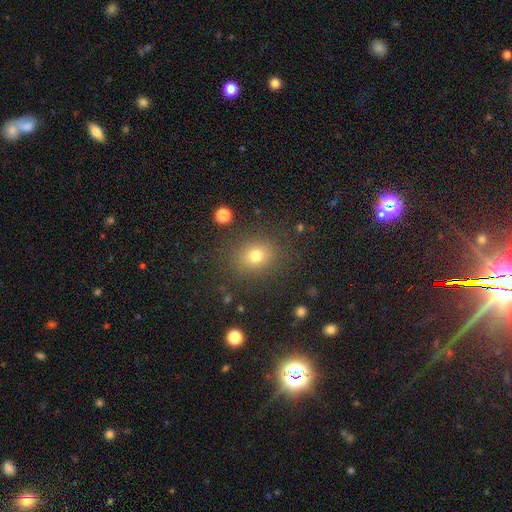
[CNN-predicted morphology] The model was most divided on "how rounded": round: 70%, in between: 29%, cigar-shaped: 1%. More confident: merging — none (85%); smooth or featured — smooth (76%).